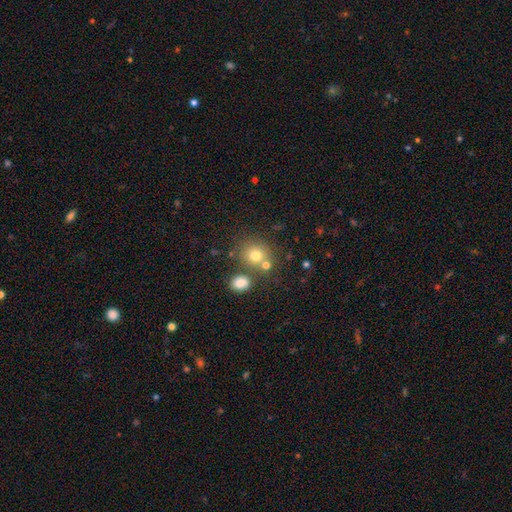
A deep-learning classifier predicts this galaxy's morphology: The model was most divided on "merging": none: 65%, merger: 21%, minor disturbance: 10%, major disturbance: 4%. More confident: how rounded — round (80%); smooth or featured — smooth (75%).